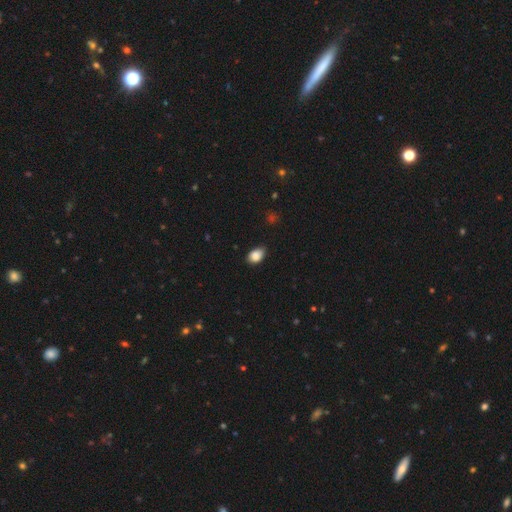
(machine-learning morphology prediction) The model was most divided on "merging": none: 67%, minor disturbance: 28%, major disturbance: 4%, merger: 1%. More confident: smooth or featured — smooth (87%); how rounded — in between (80%).